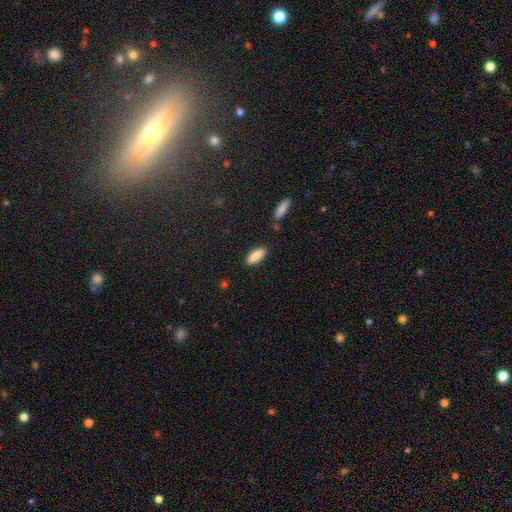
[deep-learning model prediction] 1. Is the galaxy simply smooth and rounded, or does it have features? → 86% smooth, 8% featured or disk, 6% star or artifact.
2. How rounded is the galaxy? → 69% in between, 29% cigar-shaped, 2% round.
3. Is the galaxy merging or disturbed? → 84% none, 11% minor disturbance, 3% merger, 2% major disturbance.